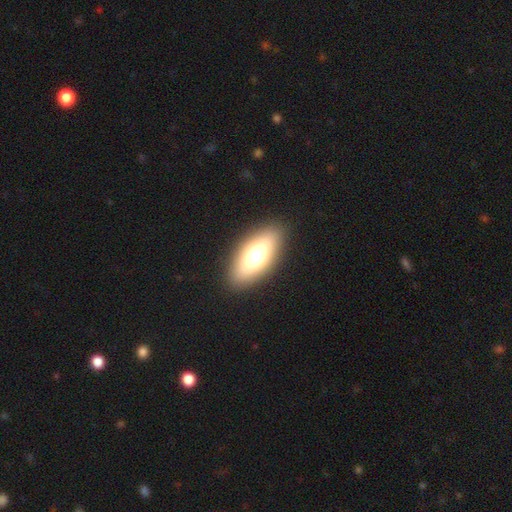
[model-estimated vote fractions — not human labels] Morphology: type=smooth (66%); roundness=in between (83%); merging=none (88%).